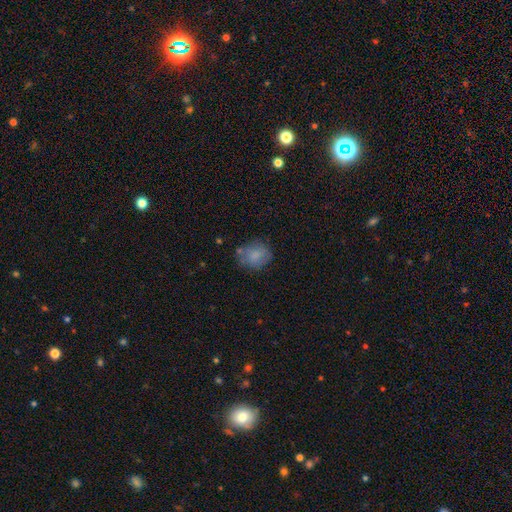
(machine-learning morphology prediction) Smooth or featured?
  - smooth: 73% *
  - featured or disk: 18%
  - star or artifact: 9%
How rounded?
  - round: 61% *
  - in between: 38%
  - cigar-shaped: 1%
Merging?
  - none: 62% *
  - minor disturbance: 23%
  - major disturbance: 9%
  - merger: 6%